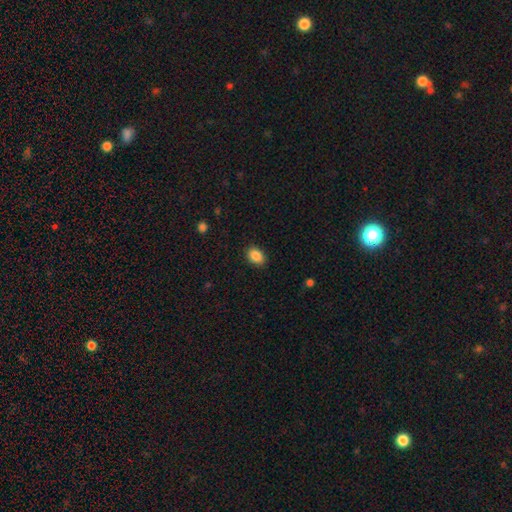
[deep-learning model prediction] A smooth galaxy with no disk features (87%) that is in between round and cigar-shaped (77%).

Vote fractions:
- Smooth or featured? smooth: 87% / star or artifact: 8% / featured or disk: 4%
- How rounded? in between: 77% / round: 22% / cigar-shaped: 1%
- Merging? none: 88% / minor disturbance: 9% / major disturbance: 2% / merger: 1%